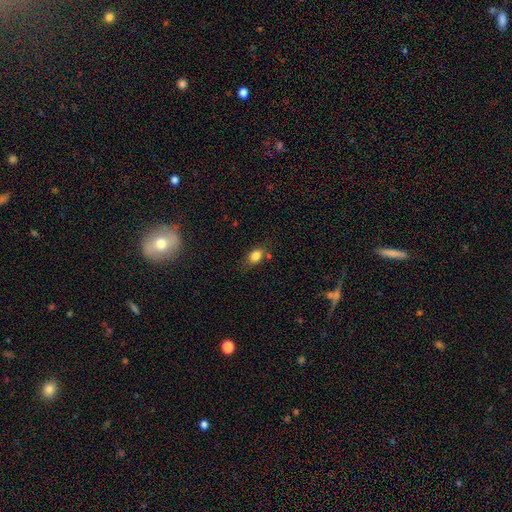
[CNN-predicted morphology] A smooth galaxy with no disk features (81%) that is in between round and cigar-shaped (70%).

Vote fractions:
- Smooth or featured? smooth: 81% / star or artifact: 10% / featured or disk: 9%
- How rounded? in between: 70% / round: 27% / cigar-shaped: 3%
- Merging? none: 69% / minor disturbance: 20% / merger: 6% / major disturbance: 6%